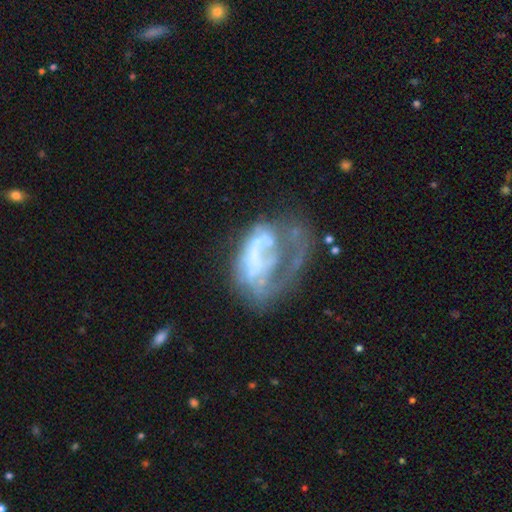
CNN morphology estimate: Overall: featured or disk (68%). Edge-on disk: no (97%). Bar: no (76%). Spiral arms: no (68%; yes 32%). Bulge size: none (65%). Merging: major disturbance (49%; none 25%).